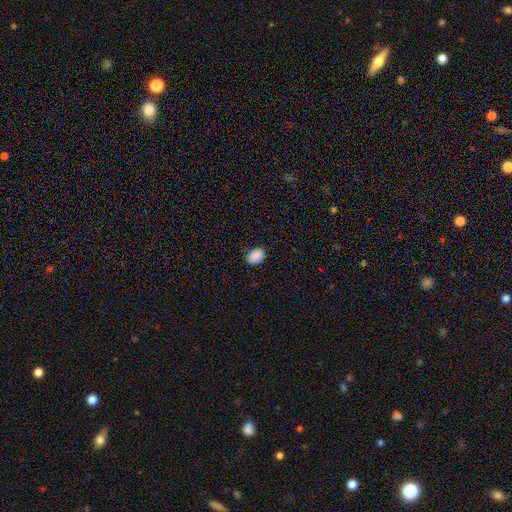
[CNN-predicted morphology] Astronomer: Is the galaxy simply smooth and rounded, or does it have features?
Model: smooth — 89%.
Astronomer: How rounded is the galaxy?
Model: in between — 82%.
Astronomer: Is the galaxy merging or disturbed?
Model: none — 85%.